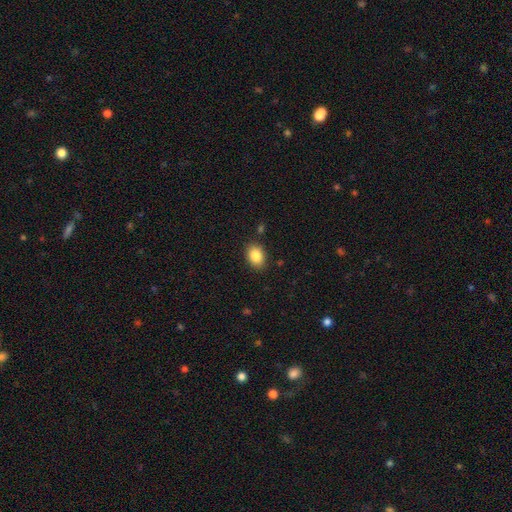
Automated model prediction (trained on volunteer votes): Morphology: type=smooth (85%); roundness=in between (73%); merging=none (87%).